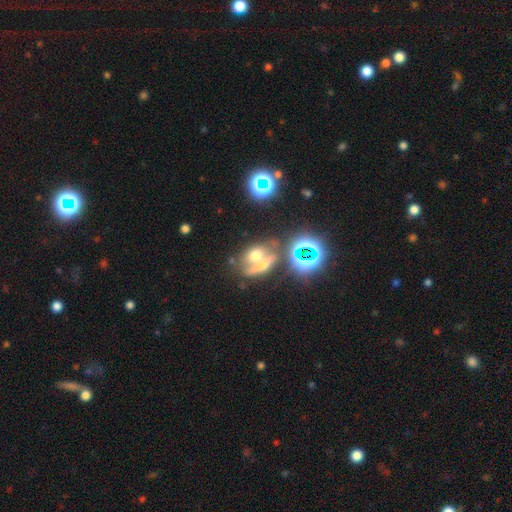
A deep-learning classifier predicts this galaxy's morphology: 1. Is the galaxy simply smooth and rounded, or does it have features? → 44% smooth, 29% star or artifact, 27% featured or disk.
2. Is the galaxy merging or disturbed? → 52% merger, 32% none, 9% minor disturbance, 7% major disturbance.